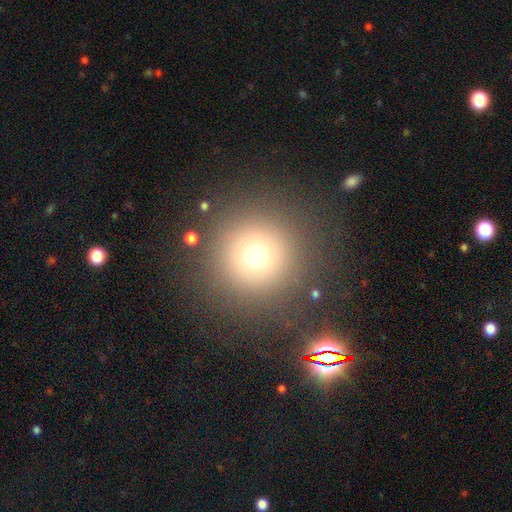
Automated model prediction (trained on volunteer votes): Q: Smooth or featured?
A: smooth (70%); runner-up: star or artifact (20%)
Q: How rounded?
A: round (96%); runner-up: in between (3%)
Q: Merging?
A: none (85%); runner-up: minor disturbance (7%)